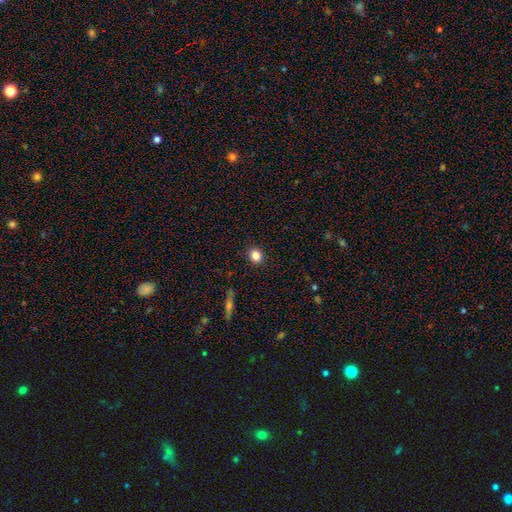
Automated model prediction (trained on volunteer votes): smooth 83%, star or artifact 11%, featured or disk 5%. Down the decision tree: how rounded — round (82%); merging — none (91%).